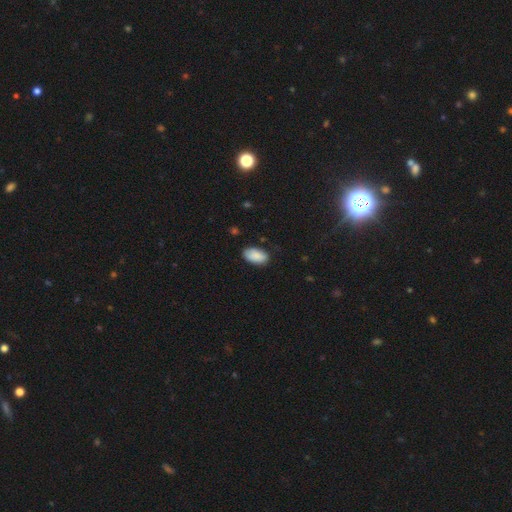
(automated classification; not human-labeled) smooth-or-featured: smooth: 89% | star or artifact: 6% | featured or disk: 5%
  how-rounded: in between: 95% | round: 3% | cigar-shaped: 2%
  merging: none: 82% | minor disturbance: 15% | major disturbance: 3% | merger: 1%